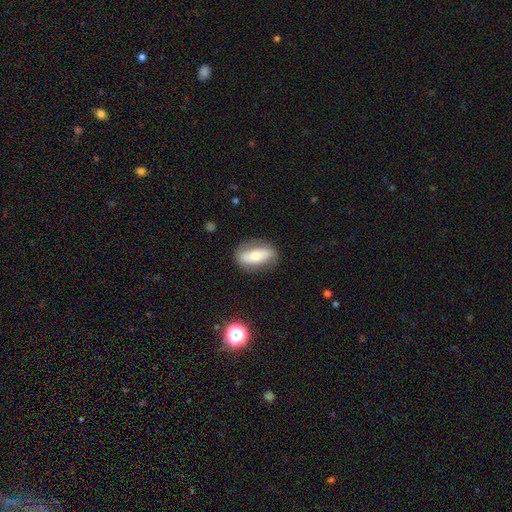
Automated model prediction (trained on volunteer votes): smooth 53%, featured or disk 40%, star or artifact 7%. Down the decision tree: how rounded — in between (83%); merging — none (79%).